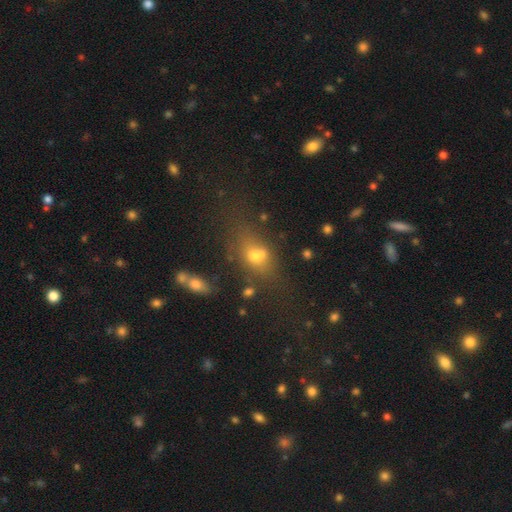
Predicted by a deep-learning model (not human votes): Q: Smooth or featured?
A: smooth (61%); runner-up: featured or disk (21%)
Q: How rounded?
A: in between (63%); runner-up: round (31%)
Q: Merging?
A: none (40%); runner-up: merger (30%)